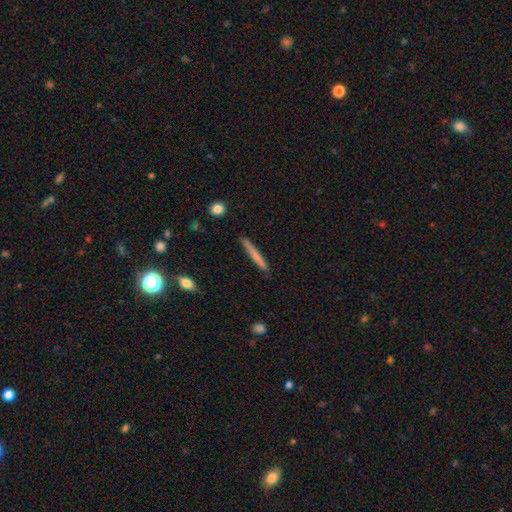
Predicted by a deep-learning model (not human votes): A smooth galaxy with no disk features (68%) that is cigar-shaped (96%).

Vote fractions:
- Smooth or featured? smooth: 68% / featured or disk: 26% / star or artifact: 6%
- How rounded? cigar-shaped: 96% / in between: 2% / round: 1%
- Merging? none: 88% / minor disturbance: 9% / major disturbance: 2% / merger: 1%